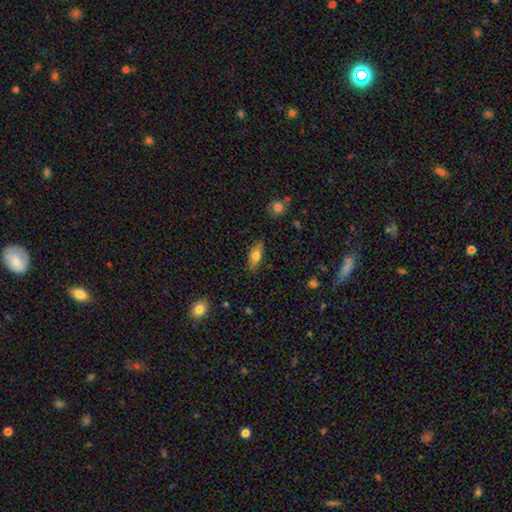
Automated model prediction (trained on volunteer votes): This appears to be a smooth galaxy with no disk features (71%) that is in between round and cigar-shaped (73%). Merging: none (82%).